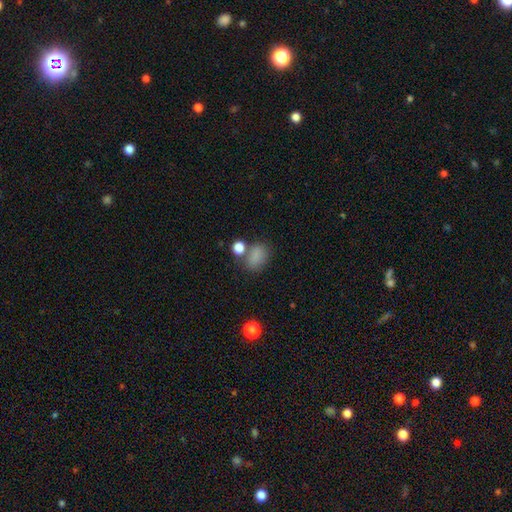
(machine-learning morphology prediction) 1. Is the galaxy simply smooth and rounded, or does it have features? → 80% smooth, 13% star or artifact, 7% featured or disk.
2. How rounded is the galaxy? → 68% in between, 31% round, 1% cigar-shaped.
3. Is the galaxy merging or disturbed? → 59% none, 17% minor disturbance, 16% merger, 8% major disturbance.